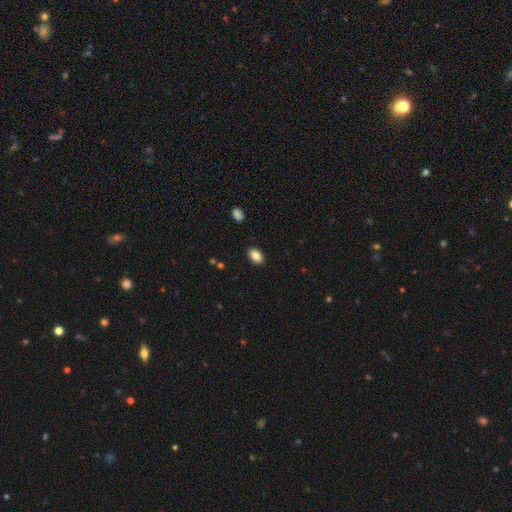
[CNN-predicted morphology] type=smooth (85%); roundness=in between (89%); merging=none (88%).